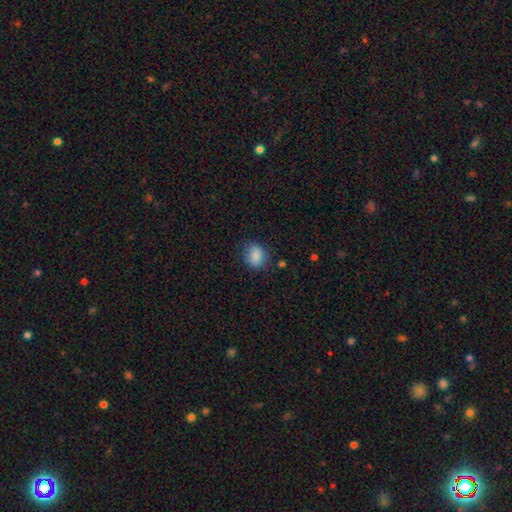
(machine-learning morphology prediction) Q: Smooth or featured?
A: smooth (86%); runner-up: star or artifact (9%)
Q: How rounded?
A: in between (52%); runner-up: round (47%)
Q: Merging?
A: none (78%); runner-up: minor disturbance (17%)